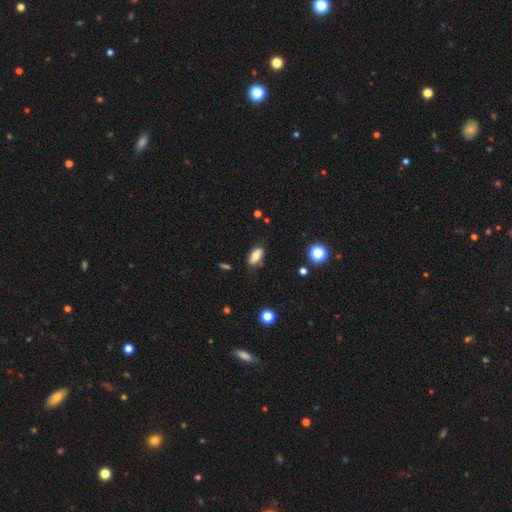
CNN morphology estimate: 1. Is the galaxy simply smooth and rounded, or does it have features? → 66% smooth, 25% featured or disk, 9% star or artifact.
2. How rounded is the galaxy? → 88% in between, 6% cigar-shaped, 6% round.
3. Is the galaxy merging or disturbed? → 75% none, 18% minor disturbance, 4% major disturbance, 3% merger.